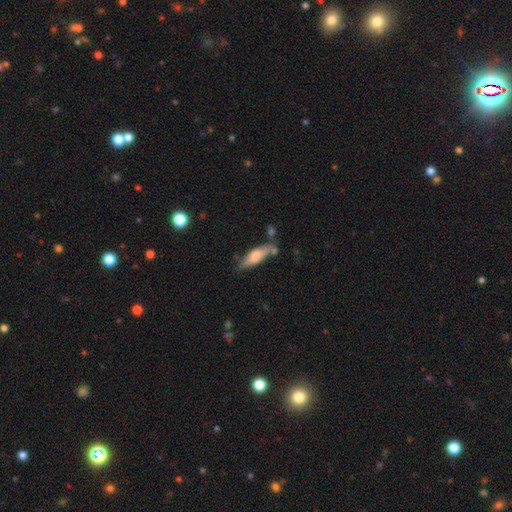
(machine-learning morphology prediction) This is likely a smooth galaxy (65%). How rounded: possibly cigar-shaped (55%). Merging: likely none (61%).